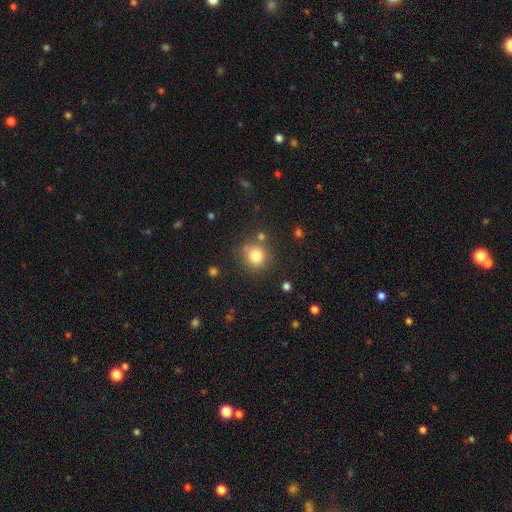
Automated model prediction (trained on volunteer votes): This appears to be a smooth galaxy with no disk features (80%) that is round (86%). Merging: none (76%).